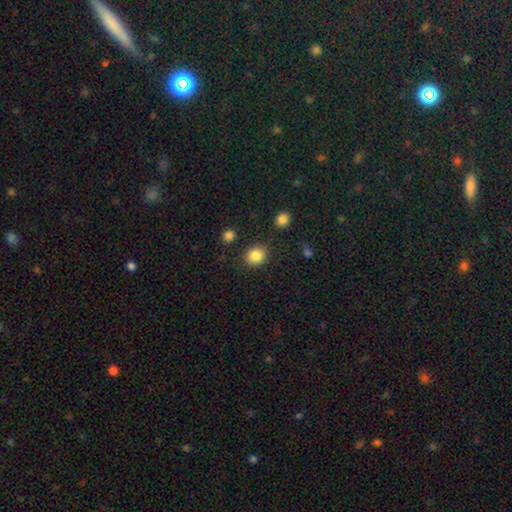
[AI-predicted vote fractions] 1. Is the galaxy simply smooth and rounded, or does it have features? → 86% smooth, 10% star or artifact, 5% featured or disk.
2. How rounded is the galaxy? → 73% round, 26% in between, 1% cigar-shaped.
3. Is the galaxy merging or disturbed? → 85% none, 9% minor disturbance, 3% major disturbance, 3% merger.